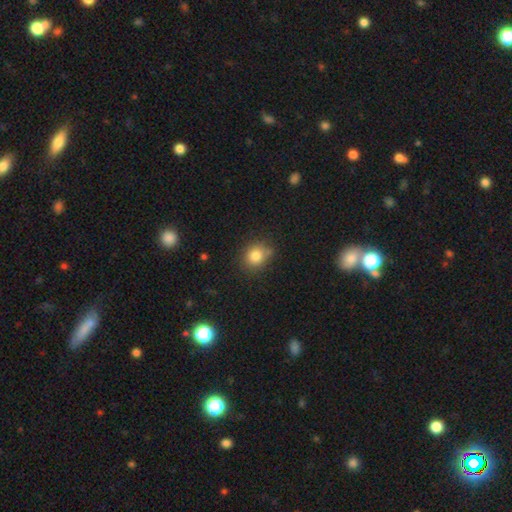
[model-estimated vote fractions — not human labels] Q: Smooth or featured?
A: smooth (81%); runner-up: star or artifact (11%)
Q: How rounded?
A: round (68%); runner-up: in between (31%)
Q: Merging?
A: none (72%); runner-up: minor disturbance (20%)